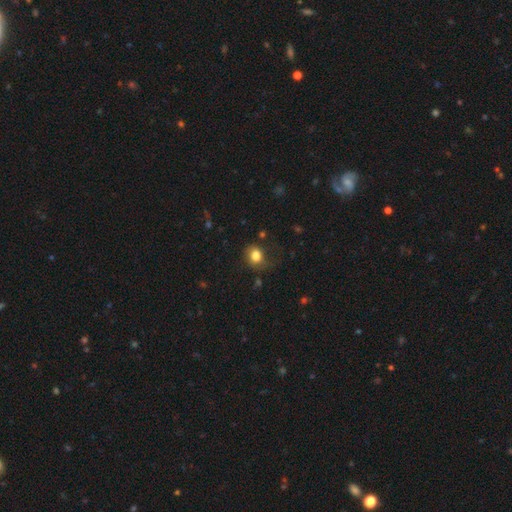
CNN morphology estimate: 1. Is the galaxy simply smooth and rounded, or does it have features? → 82% smooth, 11% star or artifact, 7% featured or disk.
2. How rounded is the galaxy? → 57% round, 42% in between, 1% cigar-shaped.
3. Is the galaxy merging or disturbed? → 62% none, 24% minor disturbance, 12% major disturbance, 2% merger.